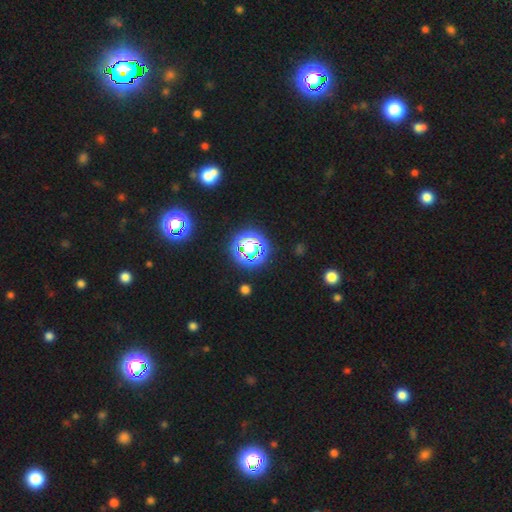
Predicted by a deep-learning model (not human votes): A star or artifact, not a galaxy (64%).